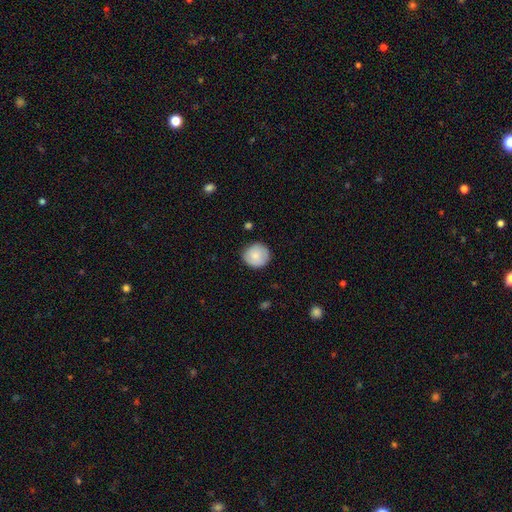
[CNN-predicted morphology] Smooth or featured? Predicted: smooth (p=0.82). How rounded? Predicted: round (p=0.92). Merging? Predicted: none (p=0.86).